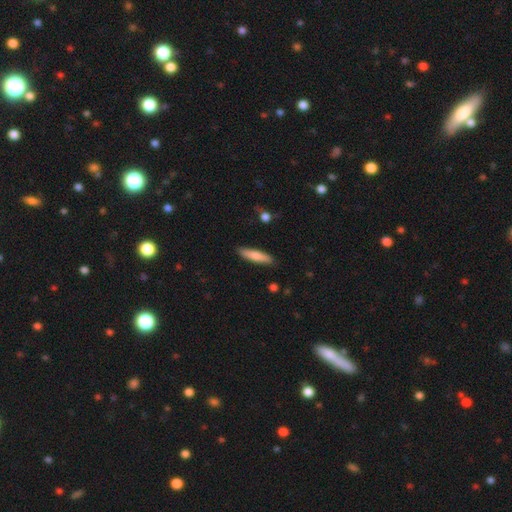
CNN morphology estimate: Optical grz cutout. It shows a smooth galaxy with no disk features (73%) that is cigar-shaped (78%). Merging: none (87%).